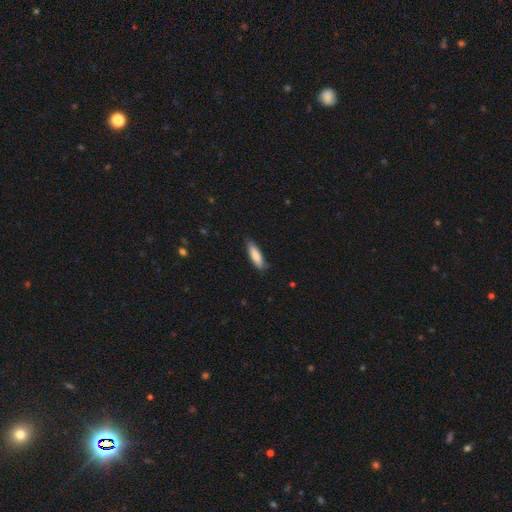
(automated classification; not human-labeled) Smooth or featured: smooth — 83% (featured or disk — 12%)
How rounded: cigar-shaped — 59% (in between — 39%)
Merging: none — 80% (minor disturbance — 16%)